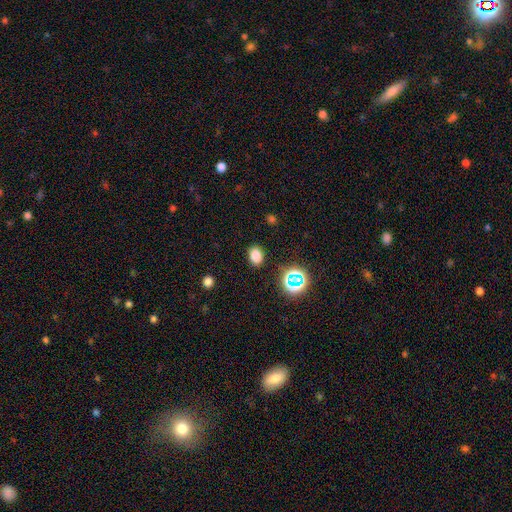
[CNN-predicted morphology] Smooth or featured? Predicted: smooth (p=0.78). How rounded? Predicted: in between (p=0.70). Merging? Predicted: none (p=0.87).